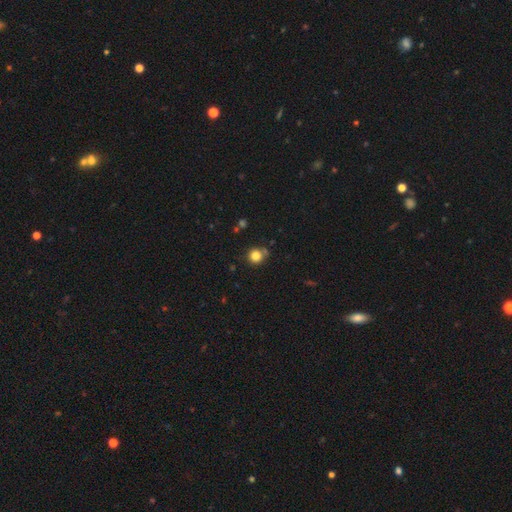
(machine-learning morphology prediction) Smooth or featured?
  - smooth: 82% *
  - star or artifact: 12%
  - featured or disk: 5%
How rounded?
  - round: 92% *
  - in between: 7%
  - cigar-shaped: 1%
Merging?
  - none: 77% *
  - minor disturbance: 12%
  - merger: 7%
  - major disturbance: 3%